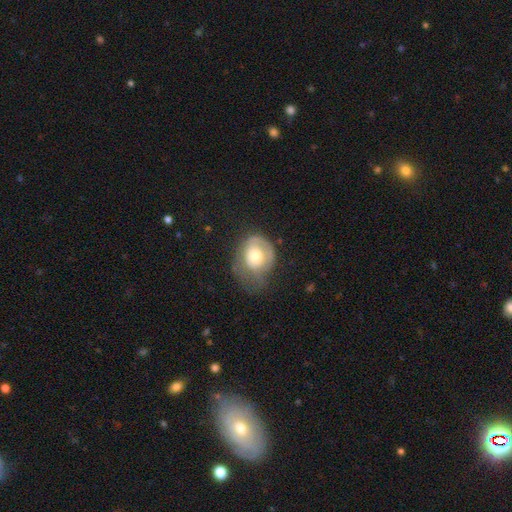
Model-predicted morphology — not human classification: A smooth galaxy with no disk features (54%) that is round (53%).

Vote fractions:
- Smooth or featured? smooth: 54% / featured or disk: 39% / star or artifact: 7%
- How rounded? round: 53% / in between: 46% / cigar-shaped: 1%
- Merging? major disturbance: 35% / minor disturbance: 32% / none: 31% / merger: 2%